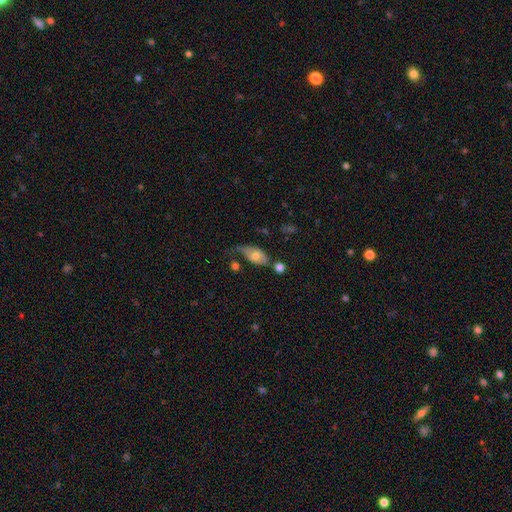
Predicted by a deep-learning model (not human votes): Overall: smooth (59%; featured or disk 33%). How rounded: in between (89%). Merging: none (32%; minor disturbance 30%).